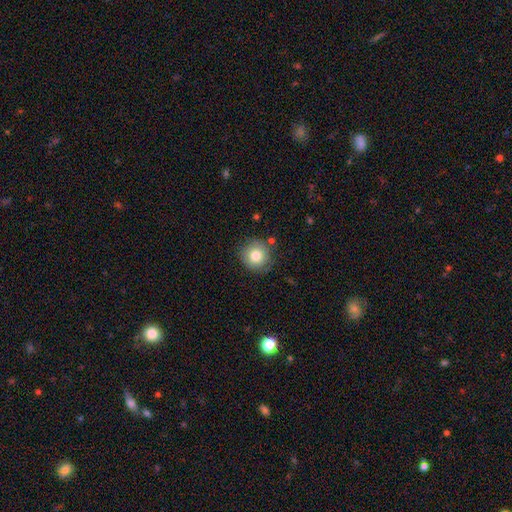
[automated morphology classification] smooth-or-featured: smooth: 80% | featured or disk: 10% | star or artifact: 9%
  how-rounded: round: 92% | in between: 7% | cigar-shaped: 1%
  merging: none: 82% | minor disturbance: 12% | major disturbance: 3% | merger: 3%